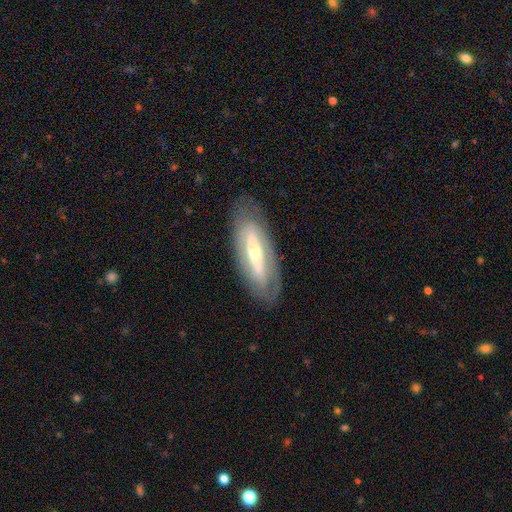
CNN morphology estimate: Overall: featured or disk (69%). Edge-on disk: no (76%). Bar: strong (46%; no 28%). Spiral arms: no (56%; yes 44%). Bulge size: moderate (58%; small 33%). Merging: none (81%).